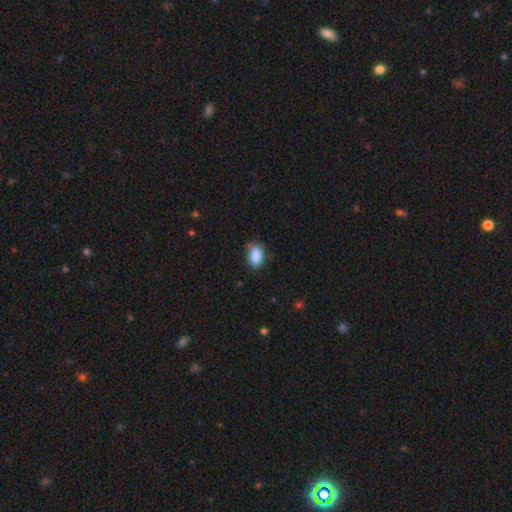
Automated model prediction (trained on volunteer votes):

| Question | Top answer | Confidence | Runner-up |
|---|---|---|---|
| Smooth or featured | smooth | 88% | star or artifact (7%) |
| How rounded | in between | 91% | round (7%) |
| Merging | none | 78% | minor disturbance (18%) |